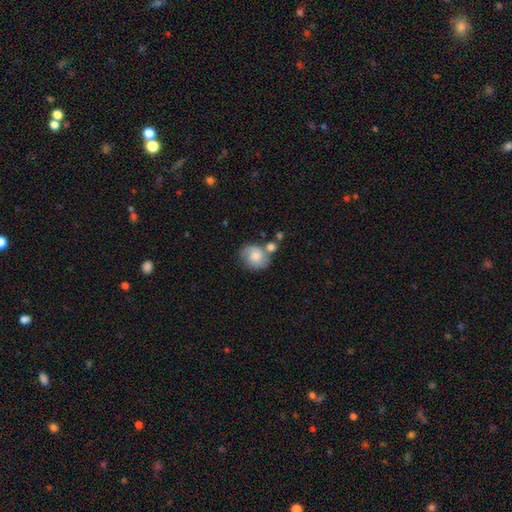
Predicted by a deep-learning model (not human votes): smooth-or-featured: smooth: 64% | featured or disk: 28% | star or artifact: 8%
  how-rounded: round: 65% | in between: 34% | cigar-shaped: 1%
  merging: none: 49% | merger: 23% | minor disturbance: 20% | major disturbance: 8%